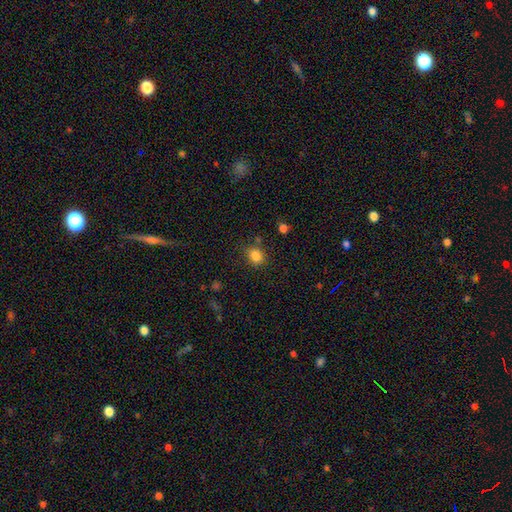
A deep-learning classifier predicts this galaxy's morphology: The model was most divided on "how rounded": in between: 54%, round: 45%, cigar-shaped: 1%. More confident: smooth or featured — smooth (84%); merging — none (75%).